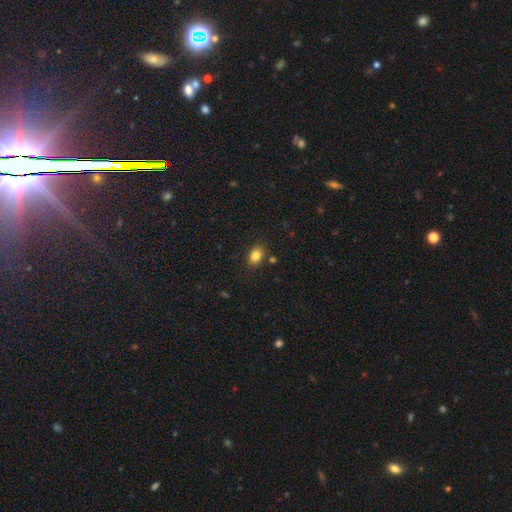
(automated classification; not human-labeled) A smooth galaxy with no disk features (83%) that is in between round and cigar-shaped (74%). Merging: none (84%).